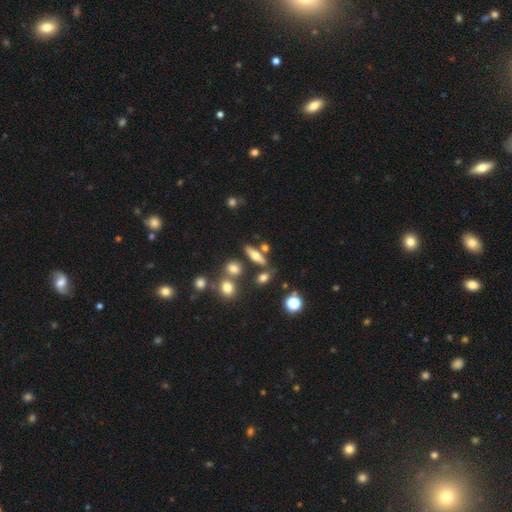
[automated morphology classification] The model was most divided on "smooth or featured" (2-way tie): smooth: 45%, featured or disk: 45%, star or artifact: 11%. More confident: merging — none (72%).